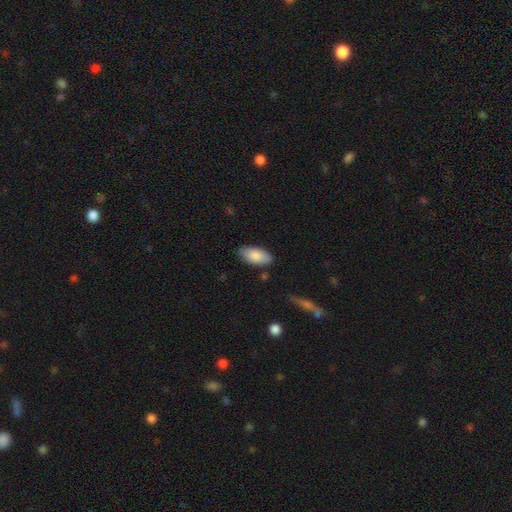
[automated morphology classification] Q: Smooth or featured?
A: smooth (86%); runner-up: featured or disk (9%)
Q: How rounded?
A: in between (92%); runner-up: cigar-shaped (6%)
Q: Merging?
A: none (84%); runner-up: minor disturbance (12%)